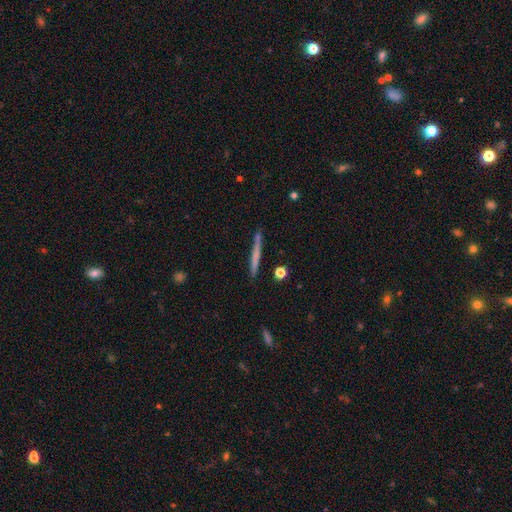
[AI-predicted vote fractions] smooth-or-featured: smooth: 52% | featured or disk: 41% | star or artifact: 6%
  how-rounded: cigar-shaped: 96% | in between: 2% | round: 2%
  merging: none: 88% | minor disturbance: 8% | merger: 3% | major disturbance: 2%